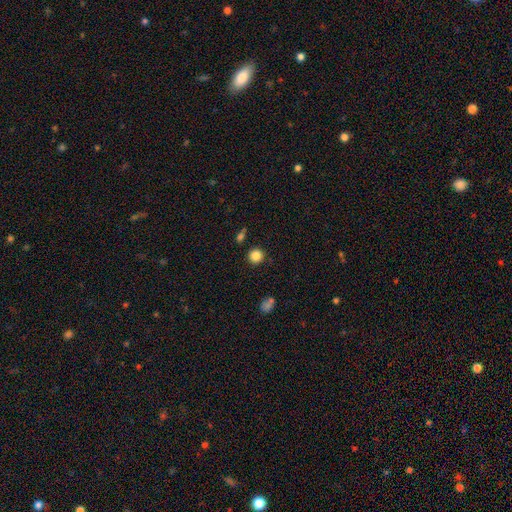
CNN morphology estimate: smooth 85%, star or artifact 11%, featured or disk 4%. Down the decision tree: how rounded — round (93%); merging — none (87%).